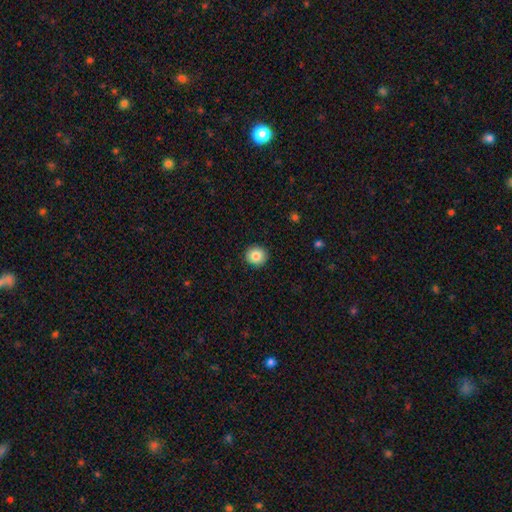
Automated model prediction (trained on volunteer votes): The model was most divided on "smooth or featured": smooth: 84%, star or artifact: 9%, featured or disk: 7%. More confident: merging — none (91%); how rounded — round (91%).